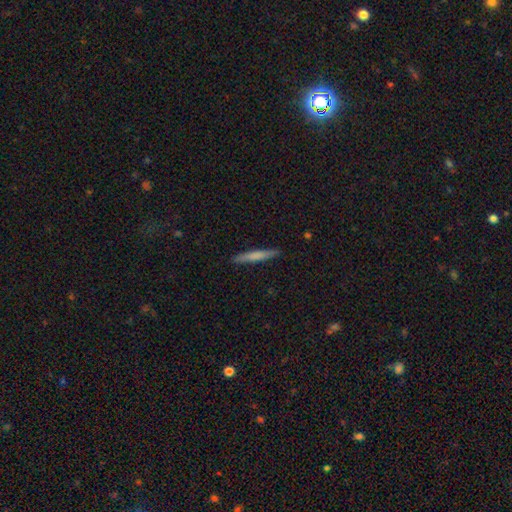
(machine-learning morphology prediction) This appears to be a smooth galaxy with no disk features (67%) that is cigar-shaped (95%). Merging: none (90%).